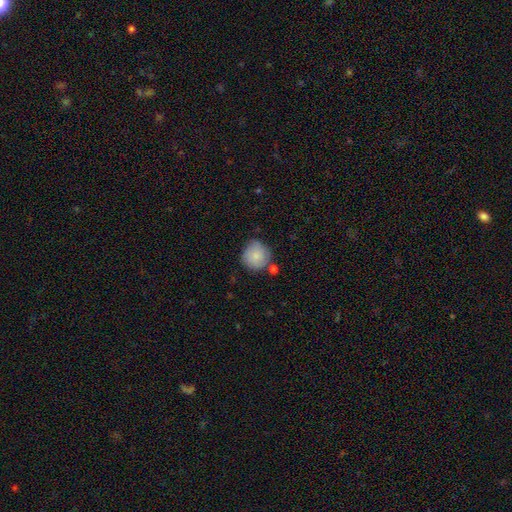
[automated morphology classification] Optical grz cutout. It shows a smooth galaxy with no disk features (84%) that is round (91%). Merging: none (69%).